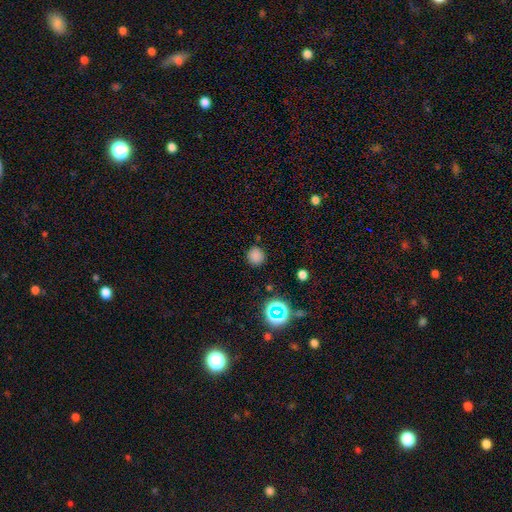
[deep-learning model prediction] smooth_or_featured: smooth (p=0.78) [alt: star or artifact p=0.17]
how_rounded: round (p=0.90) [alt: in between p=0.09]
merging: none (p=0.85) [alt: minor disturbance p=0.10]